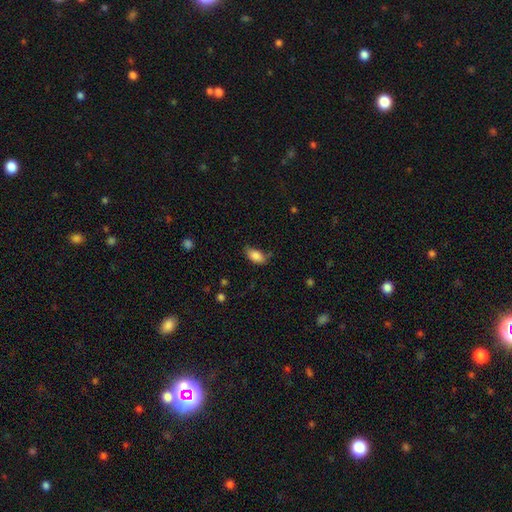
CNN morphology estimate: Overall: smooth (85%). How rounded: in between (91%). Merging: none (66%).